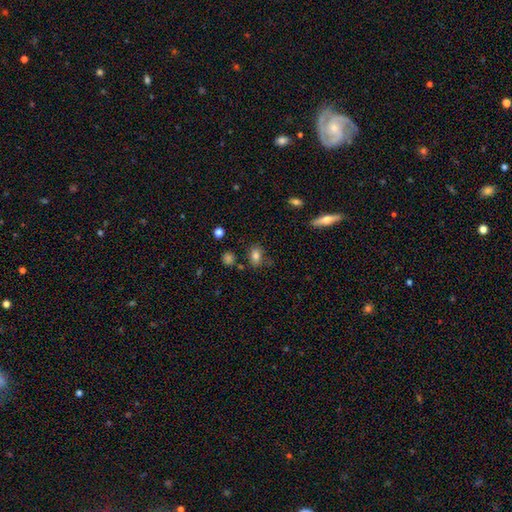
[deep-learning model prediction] Smooth or featured?
  - smooth: 81% *
  - star or artifact: 11%
  - featured or disk: 8%
How rounded?
  - in between: 75% *
  - round: 23%
  - cigar-shaped: 2%
Merging?
  - none: 75% *
  - minor disturbance: 15%
  - merger: 6%
  - major disturbance: 4%